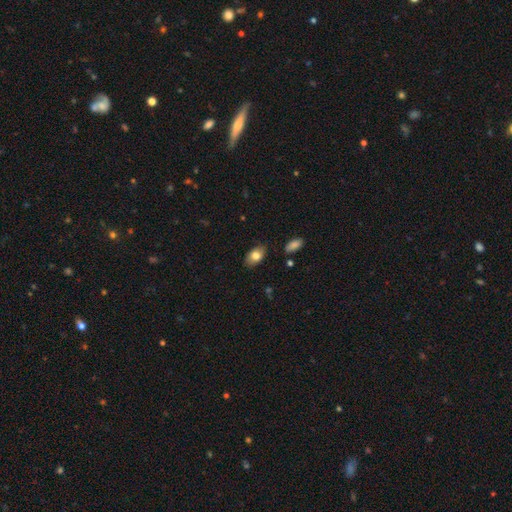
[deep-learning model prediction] A smooth galaxy with no disk features (79%) that is in between round and cigar-shaped (91%). Merging: none (83%).